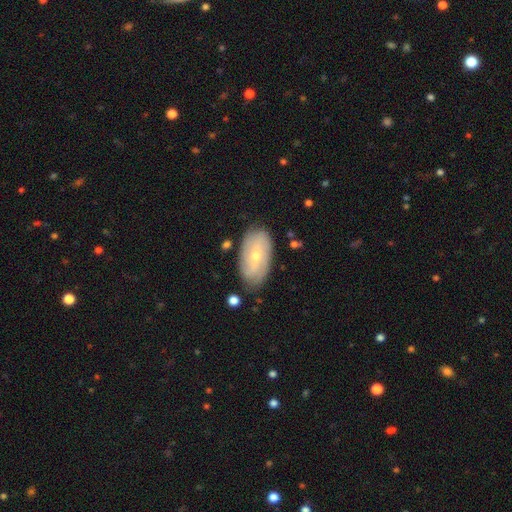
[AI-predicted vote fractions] Smooth or featured? featured or disk (61%)
Edge-on disk? no (91%)
Bar? no (63%)
Spiral arms? yes (77%)
Bulge size? small (59%)
Merging? none (77%)